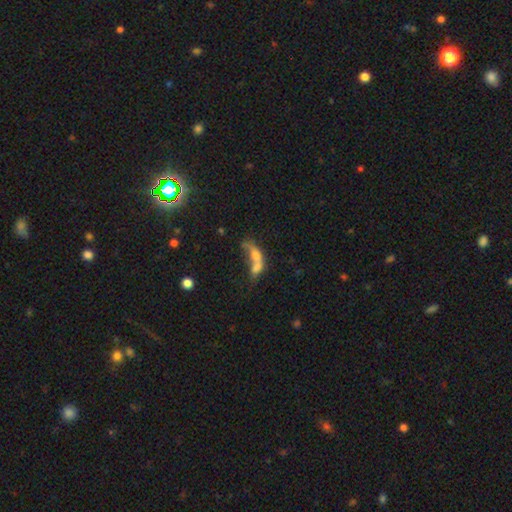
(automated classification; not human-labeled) This is possibly a smooth galaxy (50%). How rounded: possibly in between (59%). Merging: possibly merger (59%).